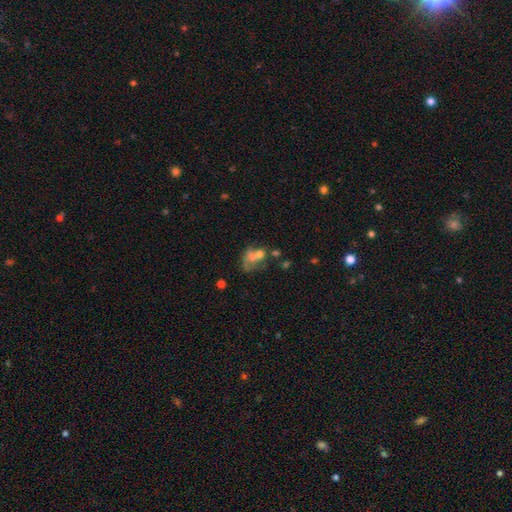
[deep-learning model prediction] smooth 55%, featured or disk 30%, star or artifact 15%. Down the decision tree: how rounded — in between (62%); merging — merger (52%).